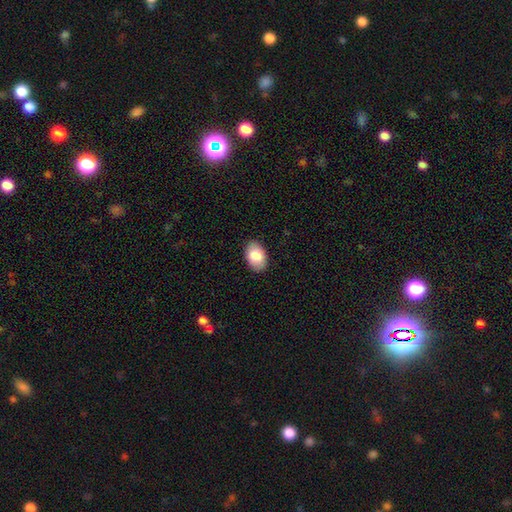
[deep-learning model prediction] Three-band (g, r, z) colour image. It shows a smooth galaxy with no disk features (84%) that is in between round and cigar-shaped (89%). Merging: none (89%).